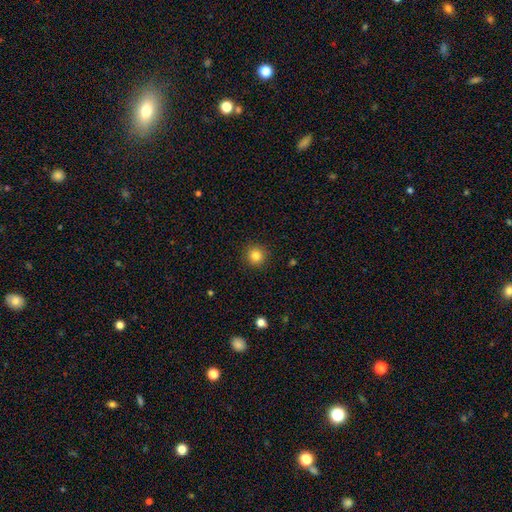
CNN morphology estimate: This appears to be a smooth galaxy with no disk features (84%) that is round (94%). Merging: none (92%).